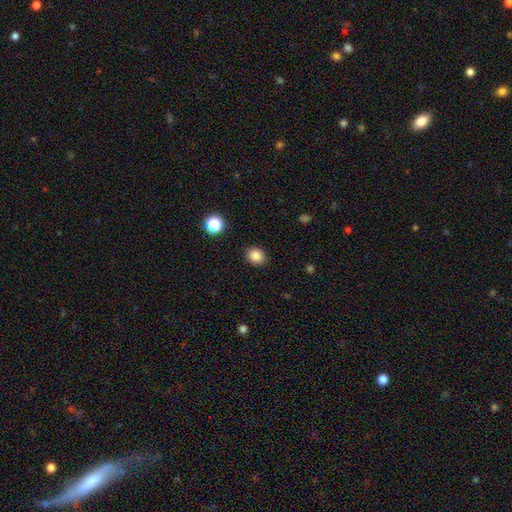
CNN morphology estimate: smooth_or_featured: smooth (p=0.84) [alt: star or artifact p=0.11]
how_rounded: round (p=0.67) [alt: in between p=0.32]
merging: none (p=0.89) [alt: minor disturbance p=0.08]